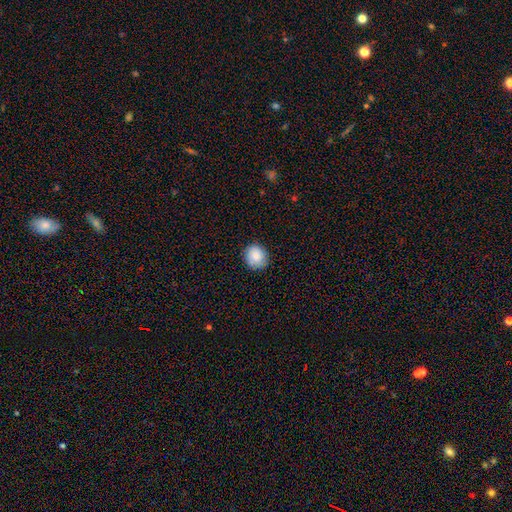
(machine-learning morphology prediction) smooth_or_featured: smooth (p=0.81) [alt: featured or disk p=0.11]
how_rounded: round (p=0.82) [alt: in between p=0.17]
merging: none (p=0.85) [alt: minor disturbance p=0.11]